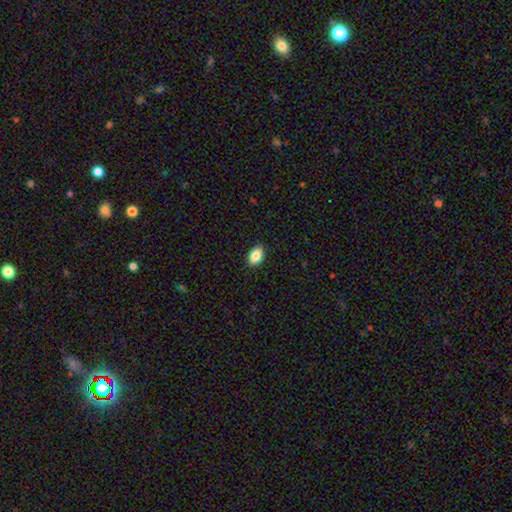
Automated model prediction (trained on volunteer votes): A smooth galaxy with no disk features (87%) that is in between round and cigar-shaped (90%). Merging: none (89%).